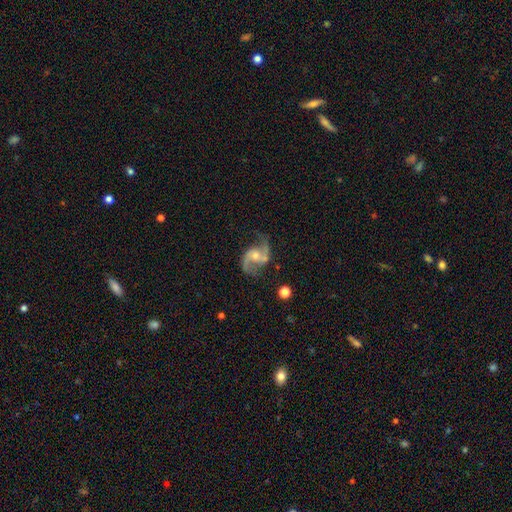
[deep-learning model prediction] Smooth or featured? Predicted: featured or disk (p=0.91). Edge-on disk? Predicted: no (p=0.98). Bar? Predicted: no (p=0.51). Spiral arms? Predicted: yes (p=0.97). Spiral winding? Predicted: loose (p=0.54). Spiral arm count? Predicted: 2 (p=0.94). Bulge size? Predicted: moderate (p=0.48). Merging? Predicted: none (p=0.73).